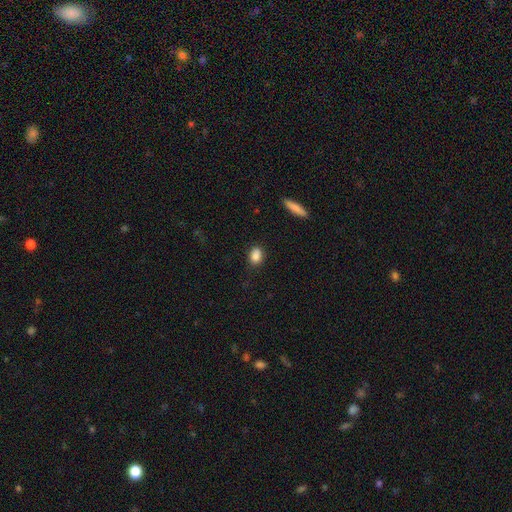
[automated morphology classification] smooth-or-featured: smooth: 86% | star or artifact: 9% | featured or disk: 5%
  how-rounded: in between: 71% | round: 26% | cigar-shaped: 2%
  merging: none: 80% | minor disturbance: 15% | major disturbance: 3% | merger: 2%